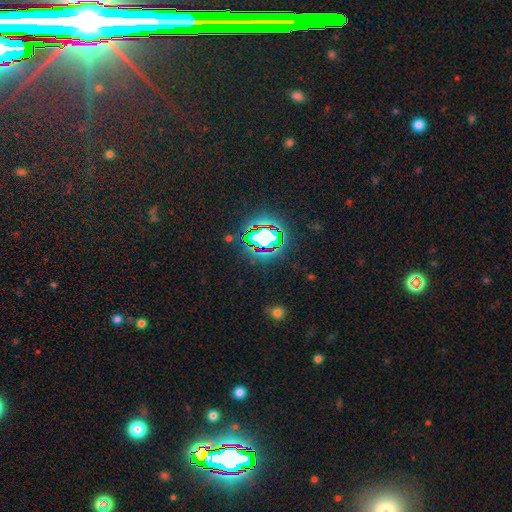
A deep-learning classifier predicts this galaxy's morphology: Q: Smooth or featured?
A: star or artifact (83%); runner-up: smooth (10%)